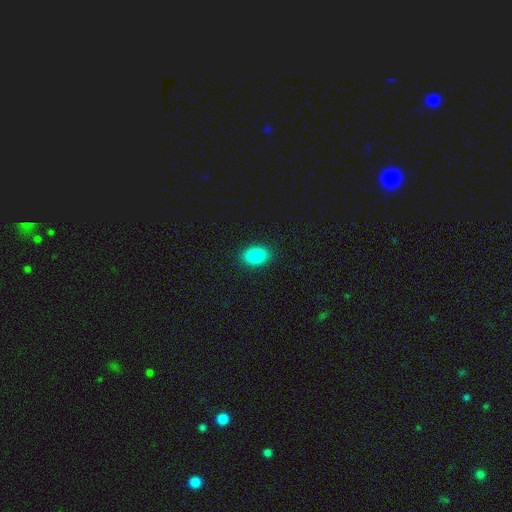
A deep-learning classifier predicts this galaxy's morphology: smooth-or-featured: smooth: 88% | star or artifact: 8% | featured or disk: 4%
  how-rounded: in between: 85% | round: 14% | cigar-shaped: 1%
  merging: none: 89% | minor disturbance: 8% | major disturbance: 2% | merger: 1%